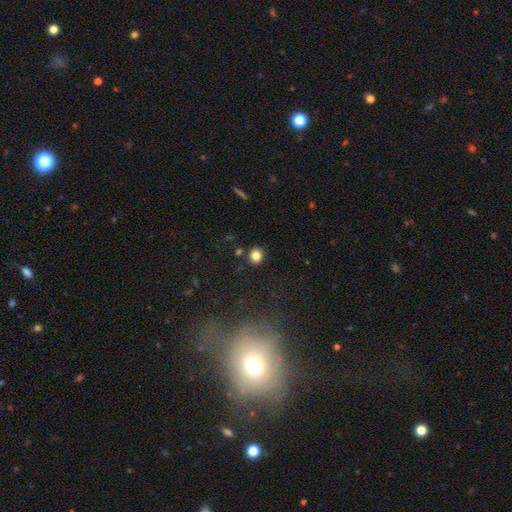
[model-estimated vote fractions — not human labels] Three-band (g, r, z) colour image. It shows a smooth galaxy with no disk features (82%) that is round (79%). Merging: none (86%).